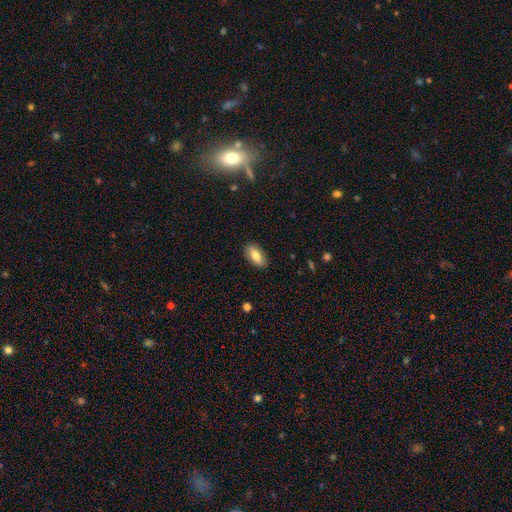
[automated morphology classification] Smooth or featured? Predicted: smooth (p=0.75). How rounded? Predicted: in between (p=0.89). Merging? Predicted: none (p=0.87).